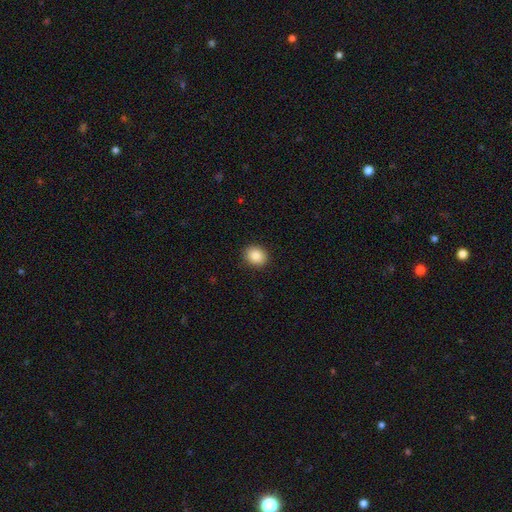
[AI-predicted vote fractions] Q: Smooth or featured?
A: smooth (86%); runner-up: star or artifact (9%)
Q: How rounded?
A: round (62%); runner-up: in between (37%)
Q: Merging?
A: none (90%); runner-up: minor disturbance (7%)